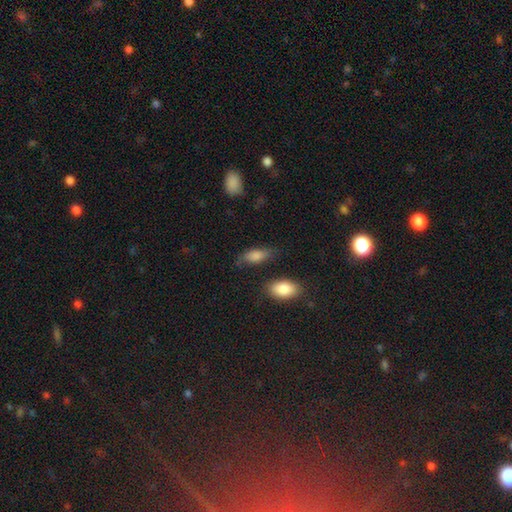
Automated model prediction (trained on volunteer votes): A smooth galaxy with no disk features (79%) that is in between round and cigar-shaped (79%). Merging: none (66%).